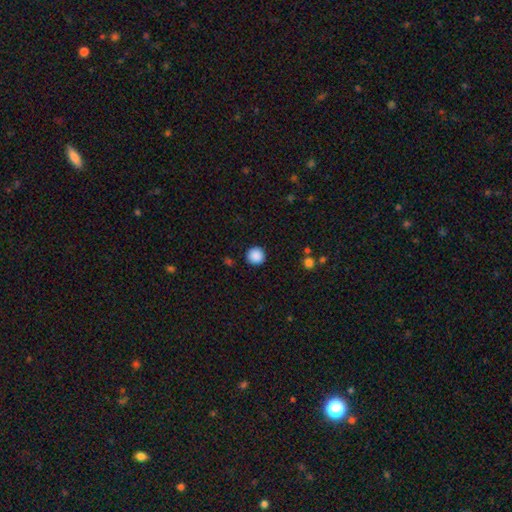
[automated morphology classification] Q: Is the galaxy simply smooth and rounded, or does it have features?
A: smooth — 89%.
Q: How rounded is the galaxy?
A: round — 95%.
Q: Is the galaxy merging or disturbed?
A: none — 92%.